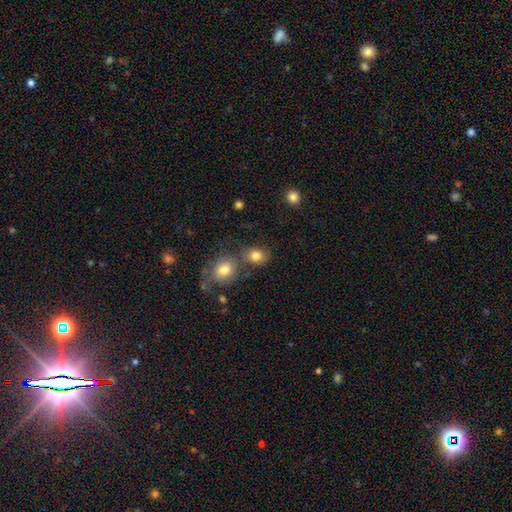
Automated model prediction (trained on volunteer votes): Q: Smooth or featured?
A: smooth (81%); runner-up: star or artifact (10%)
Q: How rounded?
A: round (59%); runner-up: in between (40%)
Q: Merging?
A: none (49%); runner-up: merger (33%)